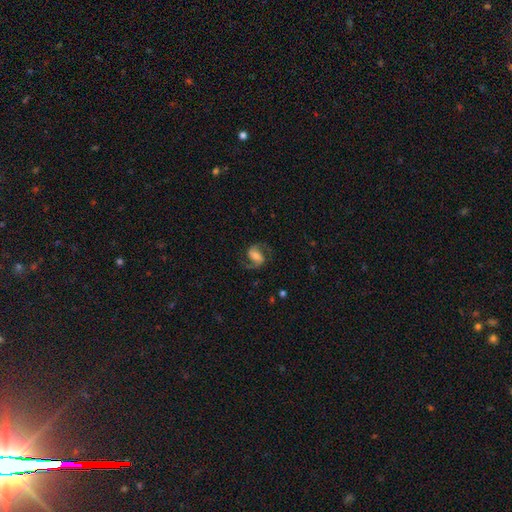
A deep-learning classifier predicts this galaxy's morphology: type=featured or disk (80%); edge-on=no (98%); bar=weak (43%); spiral arms=yes (96%); winding=medium (52%); arm count=2 (92%); bulge=moderate (42%); merging=none (75%).